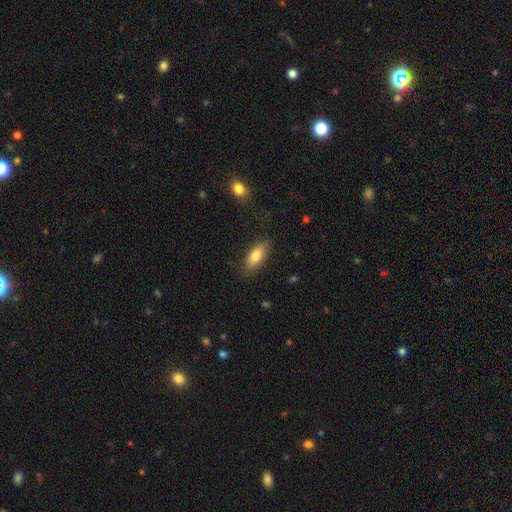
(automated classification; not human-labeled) smooth 80%, featured or disk 13%, star or artifact 7%. Down the decision tree: how rounded — in between (80%); merging — none (81%).